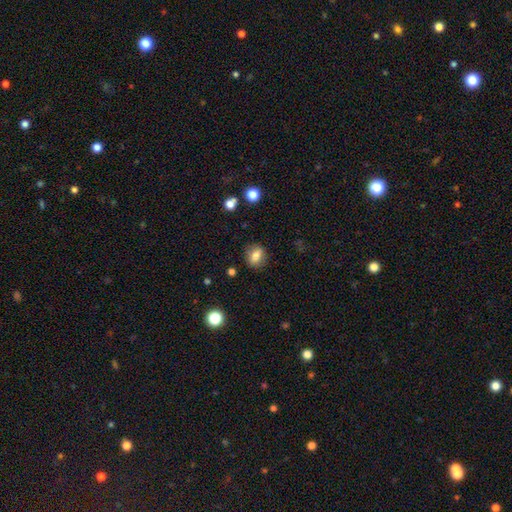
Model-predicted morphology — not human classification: Smooth or featured: smooth — 76% (featured or disk — 15%)
How rounded: round — 53% (in between — 44%)
Merging: none — 86% (minor disturbance — 9%)